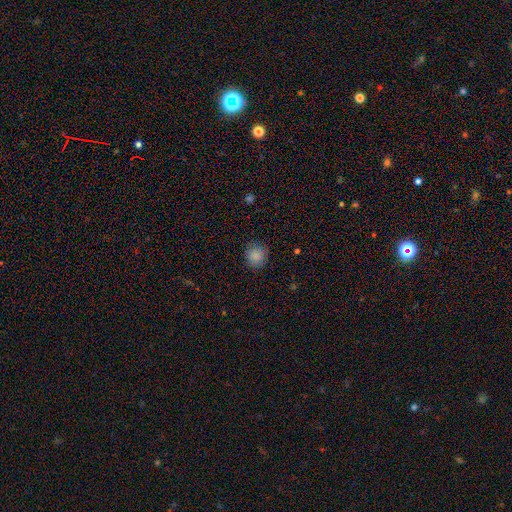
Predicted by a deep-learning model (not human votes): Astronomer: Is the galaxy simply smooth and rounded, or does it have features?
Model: smooth — 86%.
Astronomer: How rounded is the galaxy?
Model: round — 86%.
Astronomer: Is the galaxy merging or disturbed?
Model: none — 85%.